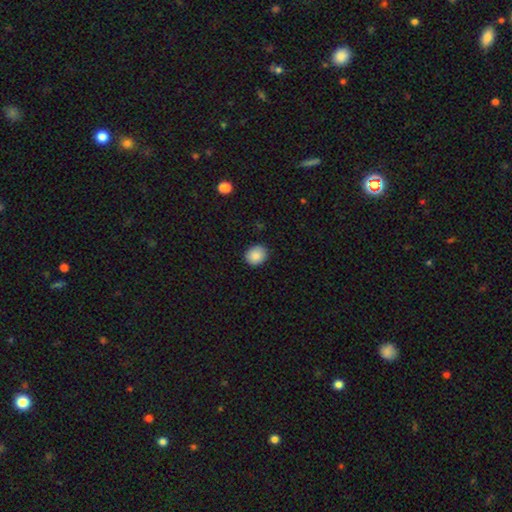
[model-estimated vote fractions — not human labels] Smooth or featured? smooth (88%)
How rounded? round (66%)
Merging? none (88%)